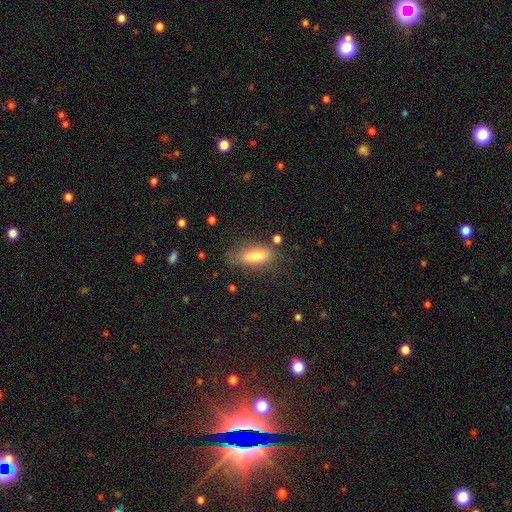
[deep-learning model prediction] Smooth or featured?
  - smooth: 76% *
  - featured or disk: 16%
  - star or artifact: 7%
How rounded?
  - in between: 69% *
  - cigar-shaped: 28%
  - round: 3%
Merging?
  - none: 72% *
  - minor disturbance: 18%
  - major disturbance: 6%
  - merger: 3%